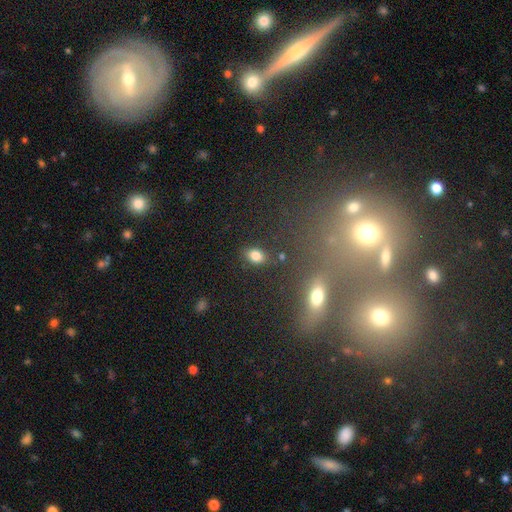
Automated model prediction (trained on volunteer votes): Smooth or featured: smooth — 82% (star or artifact — 11%)
How rounded: in between — 80% (round — 18%)
Merging: none — 82% (minor disturbance — 11%)